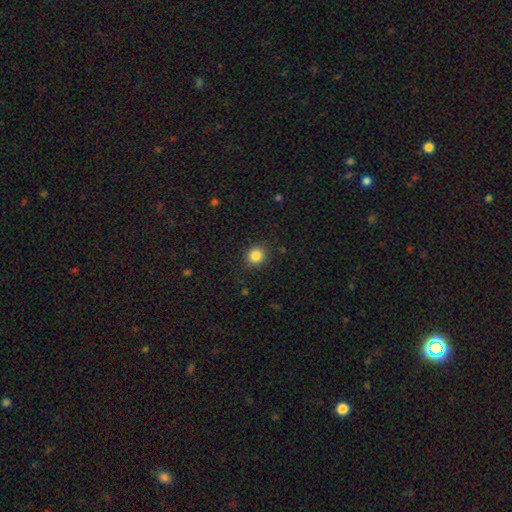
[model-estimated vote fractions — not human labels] Morphology: type=smooth (85%); roundness=round (86%); merging=none (89%).